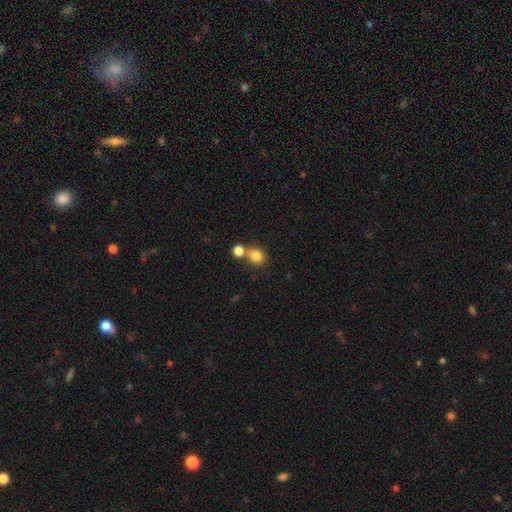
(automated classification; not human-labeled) Smooth or featured: smooth — 82% (star or artifact — 11%)
How rounded: round — 76% (in between — 23%)
Merging: none — 55% (merger — 34%)